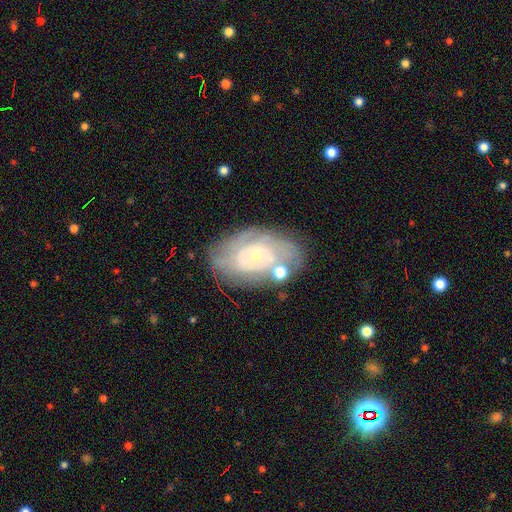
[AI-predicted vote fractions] Q: Smooth or featured?
A: featured or disk (77%); runner-up: smooth (16%)
Q: Edge-on disk?
A: no (96%); runner-up: yes (4%)
Q: Bar?
A: no (66%); runner-up: weak (28%)
Q: Spiral arms?
A: yes (84%); runner-up: no (16%)
Q: Spiral winding?
A: tight (67%); runner-up: medium (26%)
Q: Spiral arm count?
A: can't tell (47%); runner-up: 2 (28%)
Q: Bulge size?
A: small (72%); runner-up: moderate (19%)
Q: Merging?
A: none (64%); runner-up: minor disturbance (20%)